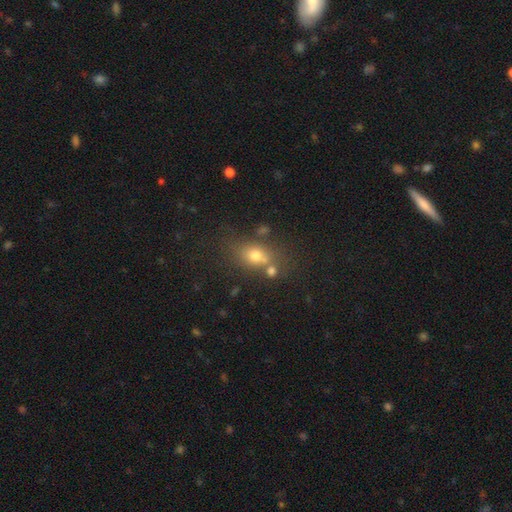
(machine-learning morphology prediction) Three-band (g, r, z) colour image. It shows a smooth galaxy with no disk features (67%) that is in between round and cigar-shaped (56%). Merging: none (56%).